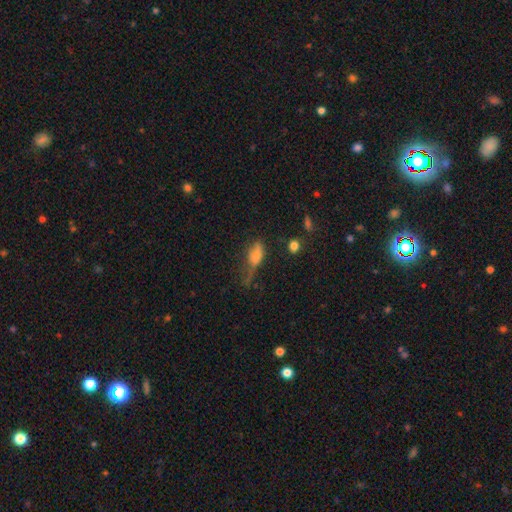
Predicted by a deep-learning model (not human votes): This is likely a smooth galaxy (66%). How rounded: likely in between (72%). Merging: marginally major disturbance (38%).